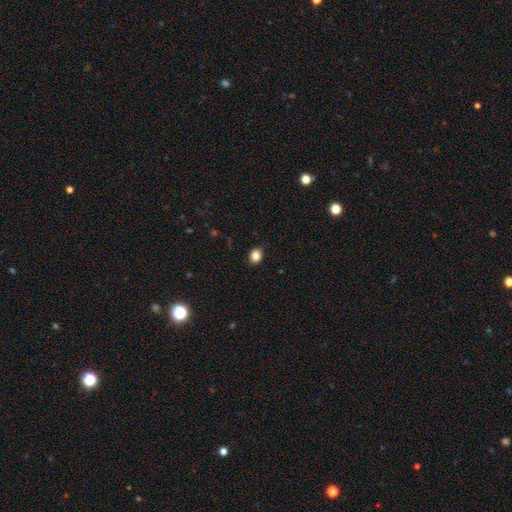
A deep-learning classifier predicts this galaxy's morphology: This is clearly a smooth galaxy (84%). How rounded: possibly round (56%). Merging: clearly none (86%).